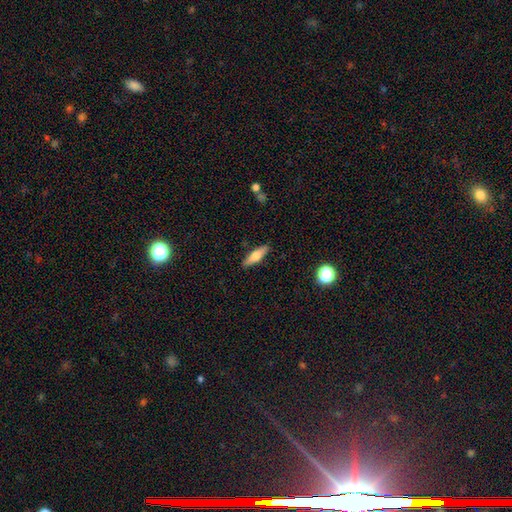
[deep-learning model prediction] Smooth or featured: smooth — 56% (featured or disk — 38%)
How rounded: cigar-shaped — 63% (in between — 34%)
Merging: none — 89% (minor disturbance — 8%)